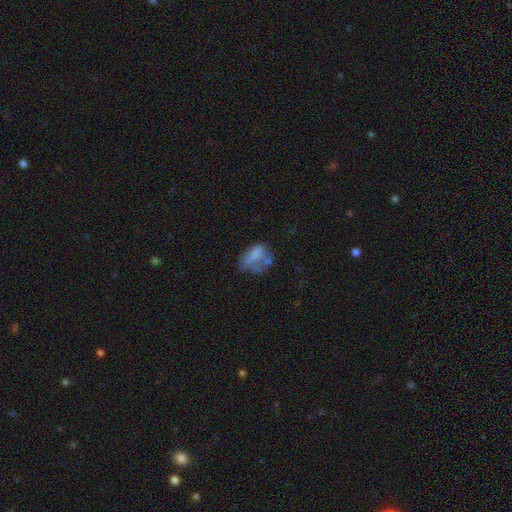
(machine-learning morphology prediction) Smooth or featured? smooth (60%)
How rounded? in between (79%)
Merging? major disturbance (31%, tied with none)